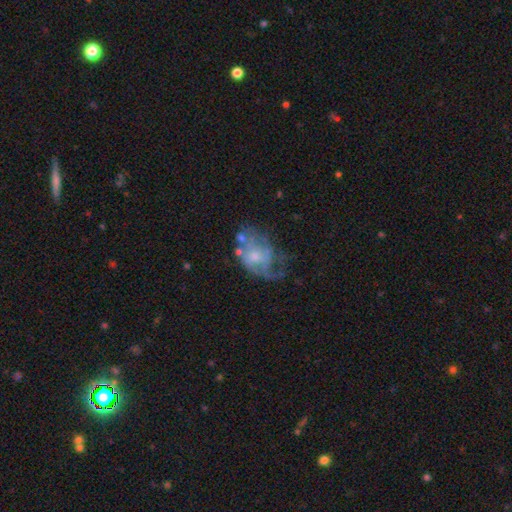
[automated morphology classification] A featured or disk galaxy (69%) with no bar (76%), spiral arms (64%) and a moderate central bulge (42%). Merging: major disturbance (36%).